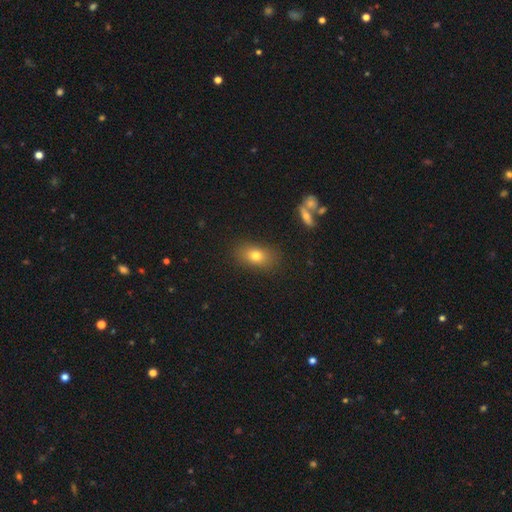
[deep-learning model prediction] This appears to be a smooth galaxy with no disk features (74%) that is in between round and cigar-shaped (79%). Merging: none (84%).